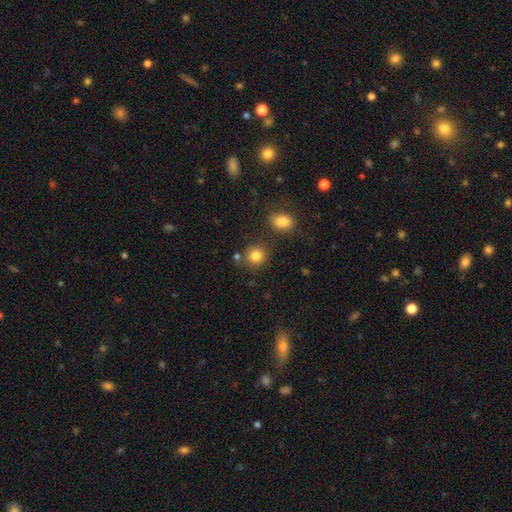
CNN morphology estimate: smooth-or-featured: smooth: 83% | star or artifact: 11% | featured or disk: 6%
  how-rounded: round: 85% | in between: 14% | cigar-shaped: 1%
  merging: none: 78% | minor disturbance: 10% | merger: 9% | major disturbance: 4%